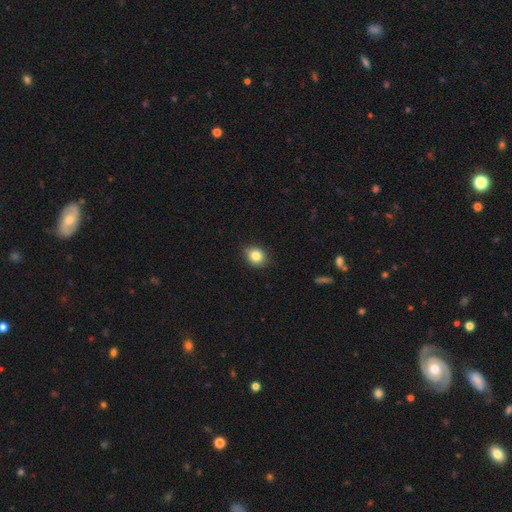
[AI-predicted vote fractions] Q: Smooth or featured?
A: smooth (83%); runner-up: star or artifact (10%)
Q: How rounded?
A: round (63%); runner-up: in between (35%)
Q: Merging?
A: none (81%); runner-up: minor disturbance (16%)